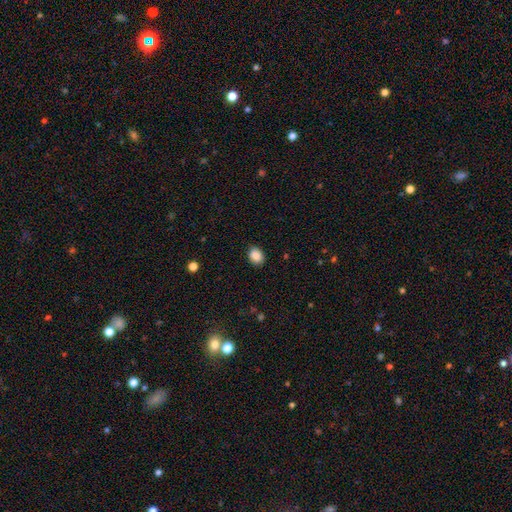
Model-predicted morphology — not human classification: Smooth or featured?
  - smooth: 88% *
  - star or artifact: 8%
  - featured or disk: 4%
How rounded?
  - in between: 62% *
  - round: 37%
  - cigar-shaped: 1%
Merging?
  - none: 86% *
  - minor disturbance: 10%
  - major disturbance: 2%
  - merger: 1%